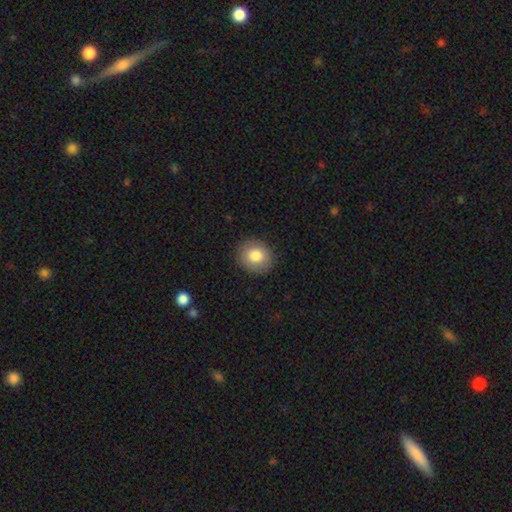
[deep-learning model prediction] Smooth or featured? smooth (82%)
How rounded? round (74%)
Merging? none (88%)